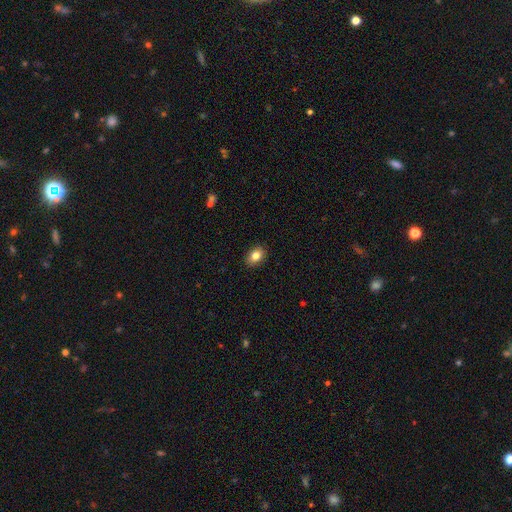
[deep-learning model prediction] This is clearly a smooth galaxy (83%). How rounded: likely in between (76%). Merging: clearly none (89%).